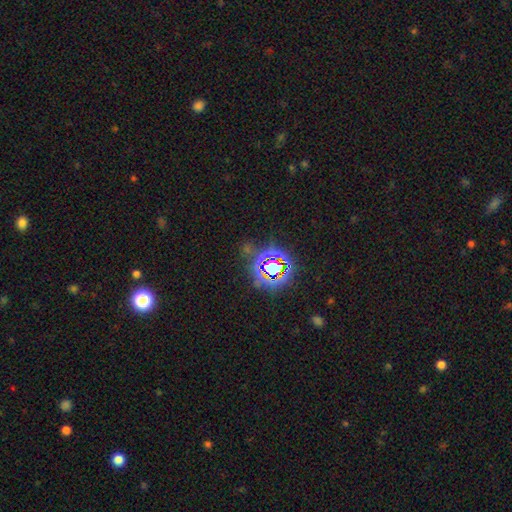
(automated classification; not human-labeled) Q: Smooth or featured?
A: star or artifact (78%); runner-up: smooth (14%)